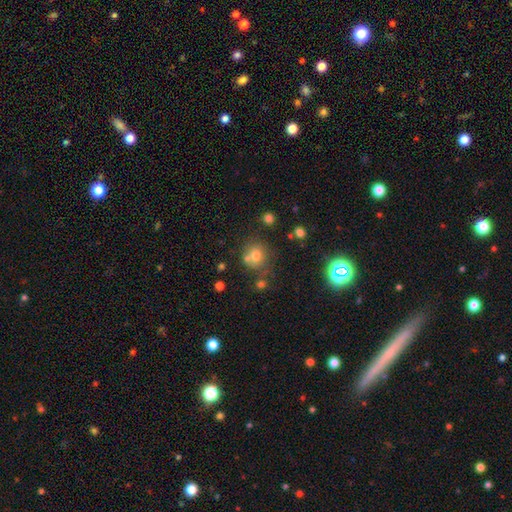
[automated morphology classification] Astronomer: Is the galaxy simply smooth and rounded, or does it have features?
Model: smooth — 68%.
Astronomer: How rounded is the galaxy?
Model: round — 77%.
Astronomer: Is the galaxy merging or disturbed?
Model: none — 59%.